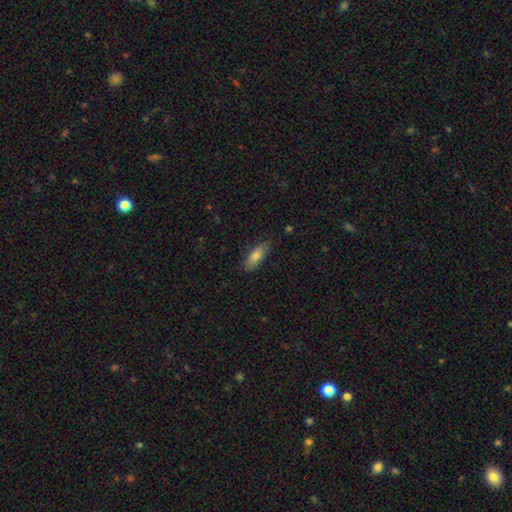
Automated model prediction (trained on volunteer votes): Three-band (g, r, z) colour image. It shows a smooth galaxy with no disk features (78%) that is in between round and cigar-shaped (69%). Merging: none (83%).